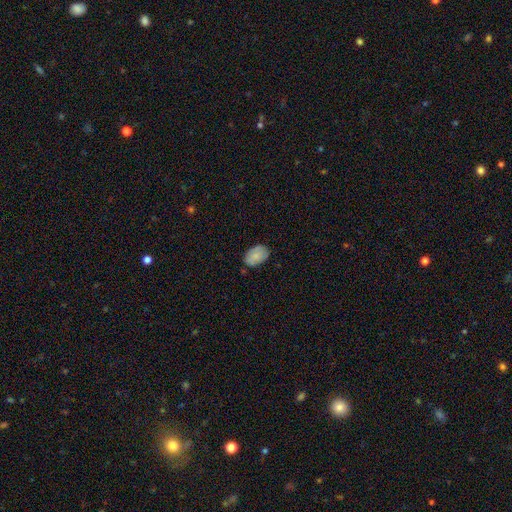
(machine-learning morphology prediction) Overall: smooth (84%). How rounded: in between (88%). Merging: none (76%).